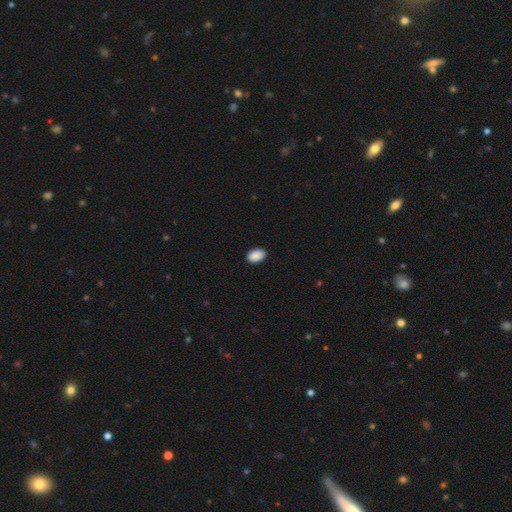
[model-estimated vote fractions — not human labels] smooth-or-featured: smooth: 91% | star or artifact: 7% | featured or disk: 2%
  how-rounded: in between: 85% | round: 14% | cigar-shaped: 1%
  merging: none: 89% | minor disturbance: 8% | major disturbance: 2% | merger: 1%